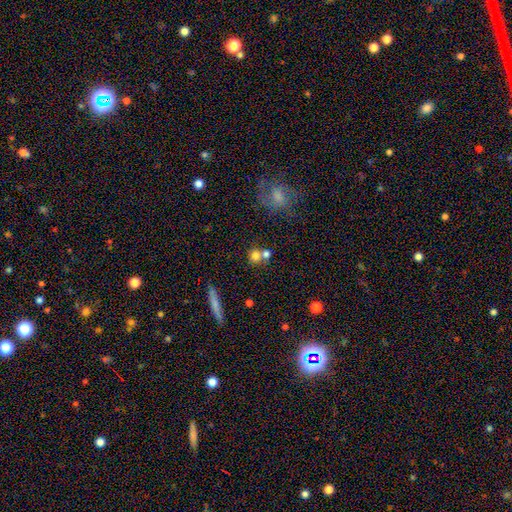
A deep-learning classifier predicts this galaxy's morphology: Overall: smooth (75%). How rounded: round (85%). Merging: none (52%; merger 37%).